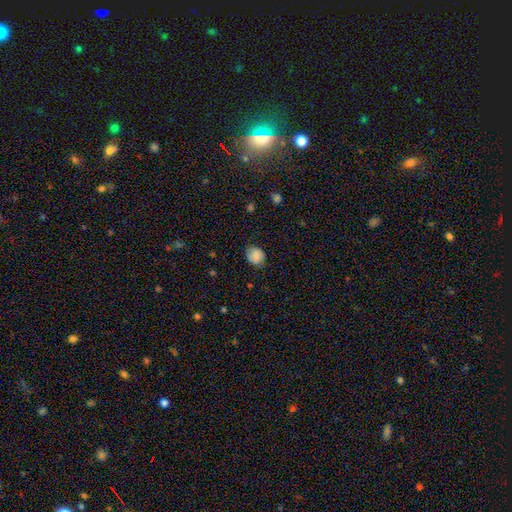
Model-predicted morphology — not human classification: smooth-or-featured: smooth: 75% | featured or disk: 16% | star or artifact: 9%
  how-rounded: round: 57% | in between: 42% | cigar-shaped: 1%
  merging: none: 71% | minor disturbance: 22% | major disturbance: 5% | merger: 1%